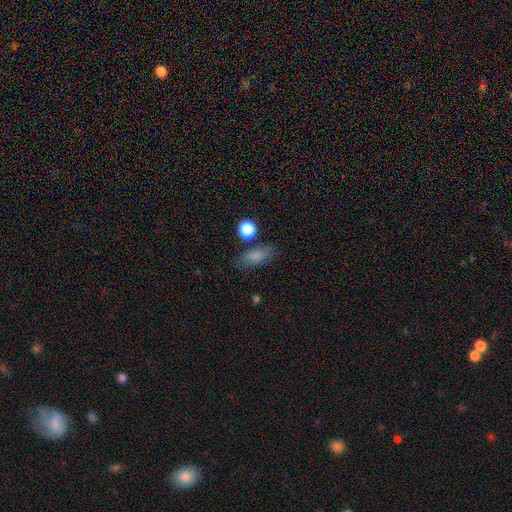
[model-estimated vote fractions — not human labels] The model was most divided on "how rounded": in between: 74%, cigar-shaped: 17%, round: 9%. More confident: smooth or featured — smooth (80%); merging — none (75%).